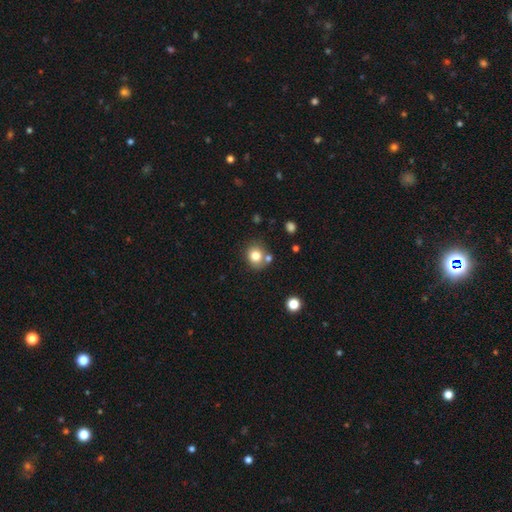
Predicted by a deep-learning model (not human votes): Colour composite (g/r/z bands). It shows a smooth galaxy with no disk features (79%) that is round (79%). Merging: none (67%).